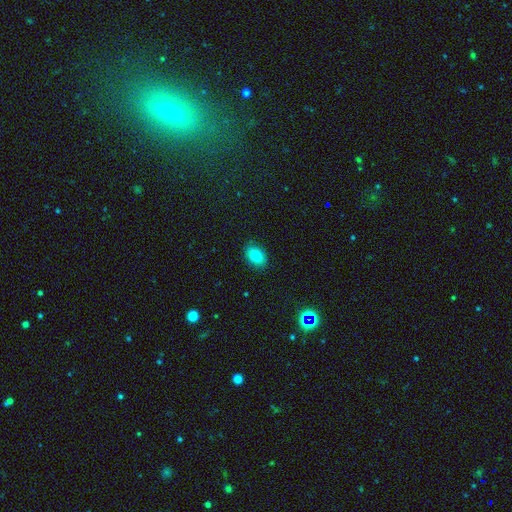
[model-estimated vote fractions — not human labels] Smooth or featured: smooth — 82% (star or artifact — 10%)
How rounded: in between — 84% (round — 14%)
Merging: none — 87% (minor disturbance — 9%)